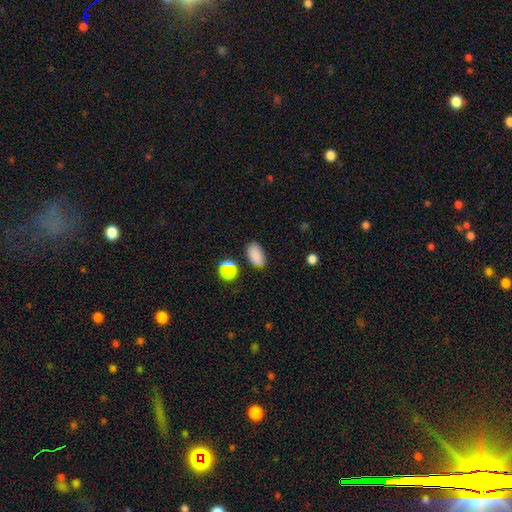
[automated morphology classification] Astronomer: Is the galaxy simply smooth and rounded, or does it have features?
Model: smooth — 84%.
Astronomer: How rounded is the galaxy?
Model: in between — 91%.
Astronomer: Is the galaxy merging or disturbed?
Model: none — 80%.